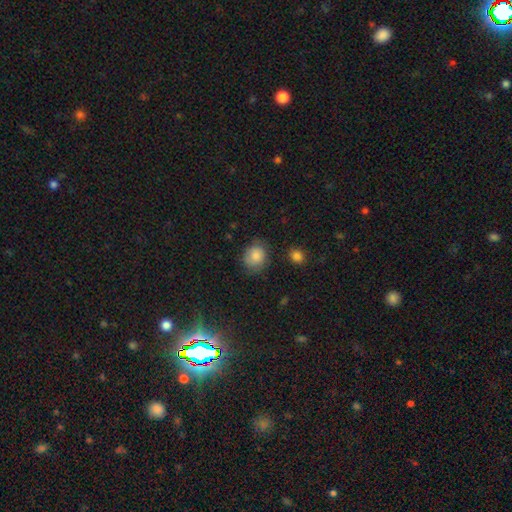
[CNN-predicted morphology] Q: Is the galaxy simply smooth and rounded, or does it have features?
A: smooth — 80%.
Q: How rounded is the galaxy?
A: round — 68%.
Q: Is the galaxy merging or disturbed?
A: none — 74%.